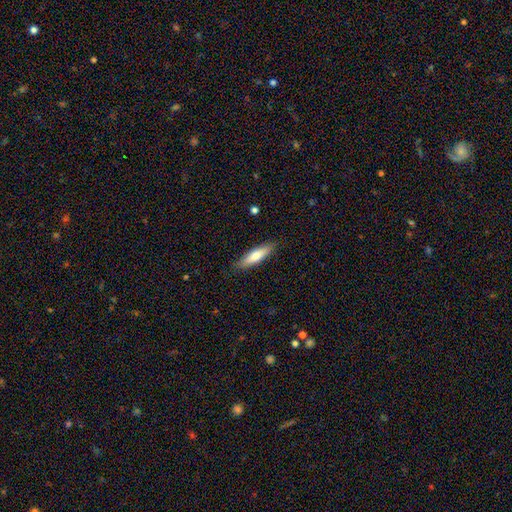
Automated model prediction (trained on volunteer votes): A smooth galaxy with no disk features (68%) that is cigar-shaped (69%). Merging: none (87%).